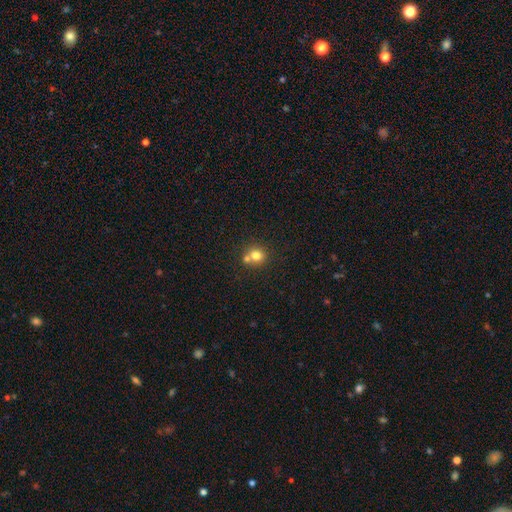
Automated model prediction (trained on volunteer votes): Smooth or featured? Predicted: smooth (p=0.76). How rounded? Predicted: round (p=0.83). Merging? Predicted: none (p=0.50).